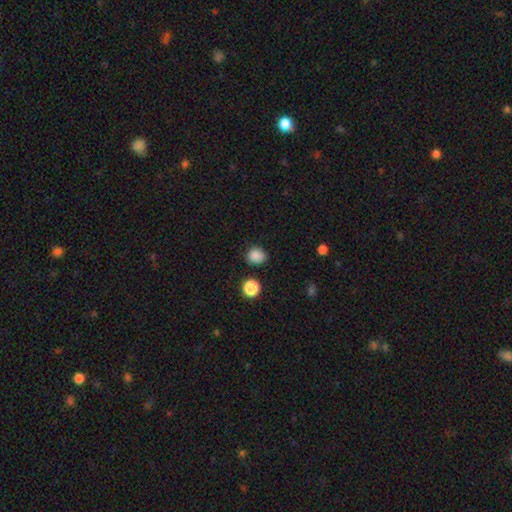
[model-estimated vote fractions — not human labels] A smooth galaxy with no disk features (85%) that is round (72%). Merging: none (81%).